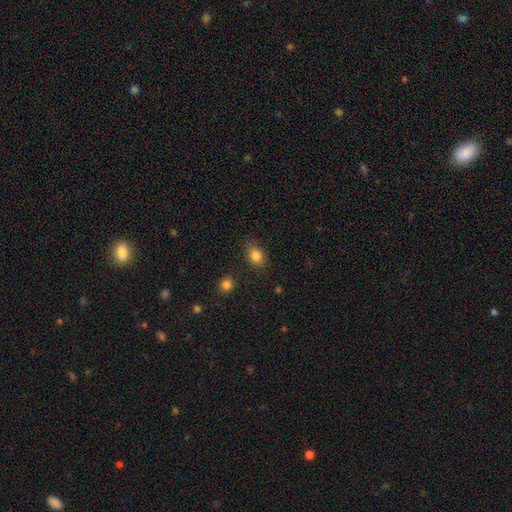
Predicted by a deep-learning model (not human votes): The model was most divided on "how rounded": in between: 63%, round: 36%, cigar-shaped: 1%. More confident: smooth or featured — smooth (84%); merging — none (79%).